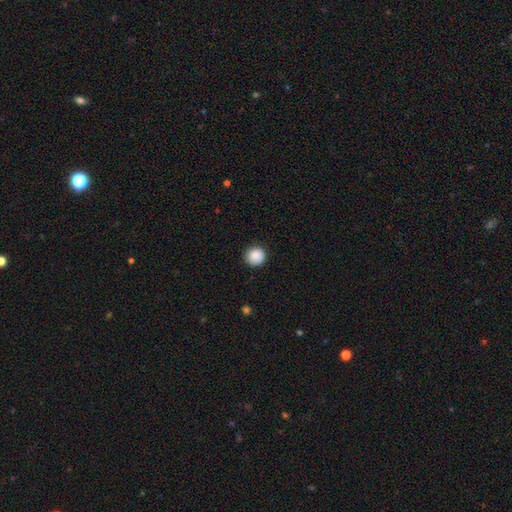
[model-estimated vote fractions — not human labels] This is clearly a smooth galaxy (89%). How rounded: clearly round (94%). Merging: clearly none (89%).